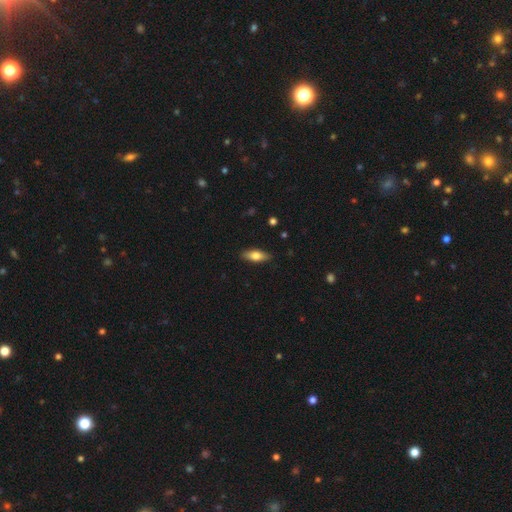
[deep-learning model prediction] Smooth or featured? Predicted: smooth (p=0.70). How rounded? Predicted: in between (p=0.68). Merging? Predicted: none (p=0.87).